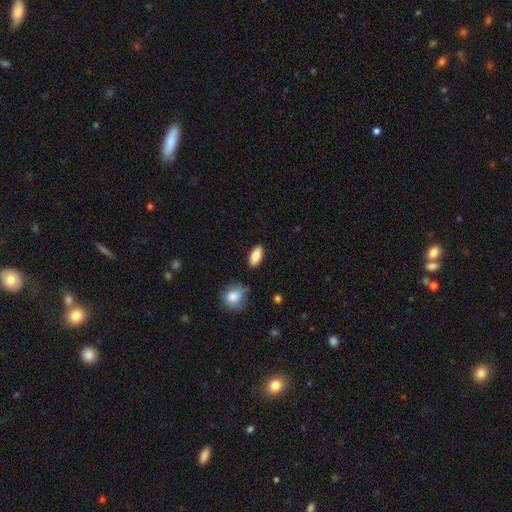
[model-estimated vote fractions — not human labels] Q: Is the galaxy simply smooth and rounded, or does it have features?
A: smooth — 83%.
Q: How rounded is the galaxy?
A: in between — 89%.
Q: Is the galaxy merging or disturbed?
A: none — 86%.